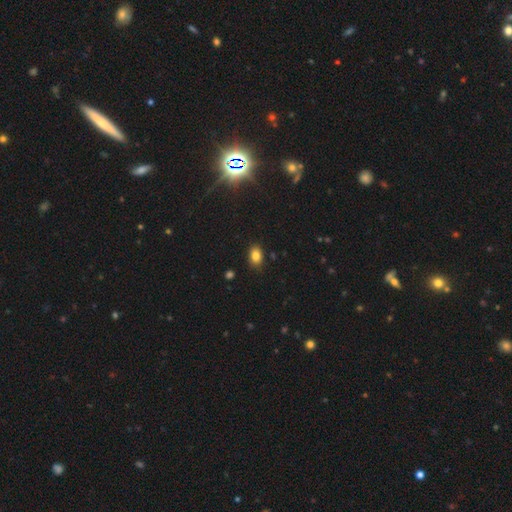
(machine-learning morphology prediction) Smooth or featured? Predicted: smooth (p=0.83). How rounded? Predicted: in between (p=0.79). Merging? Predicted: none (p=0.86).